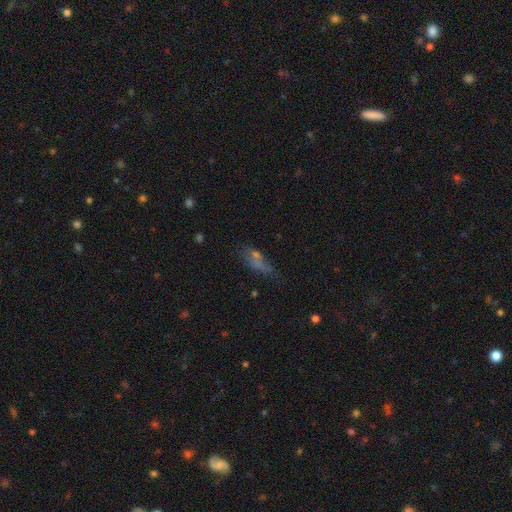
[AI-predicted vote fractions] This appears to be a smooth galaxy with no disk features (54%) that is in between round and cigar-shaped (56%). Merging: none (42%).